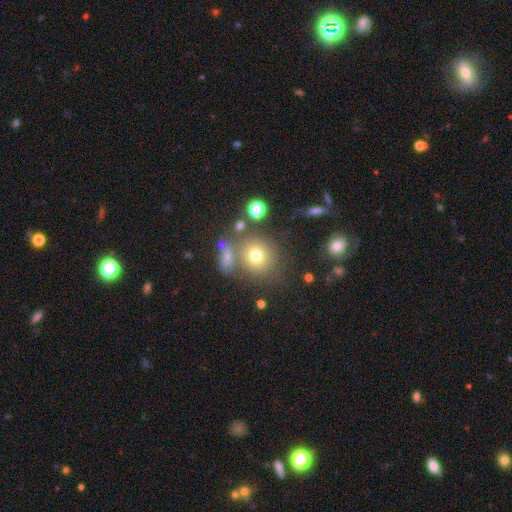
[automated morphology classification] A smooth galaxy with no disk features (70%) that is round (83%).

Vote fractions:
- Smooth or featured? smooth: 70% / star or artifact: 17% / featured or disk: 13%
- How rounded? round: 83% / in between: 16% / cigar-shaped: 1%
- Merging? none: 67% / merger: 13% / minor disturbance: 12% / major disturbance: 7%